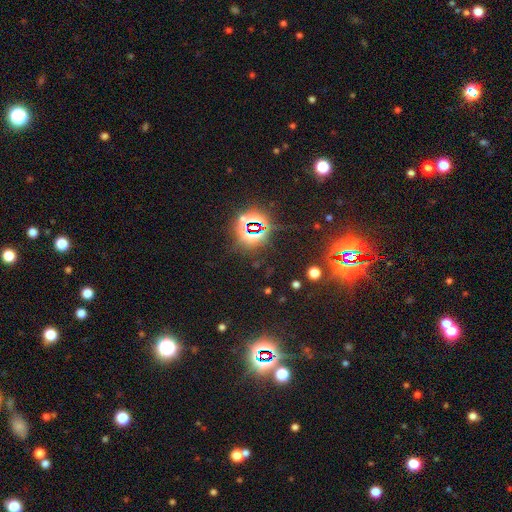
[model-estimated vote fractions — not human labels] star or artifact 80%, smooth 12%, featured or disk 8%.